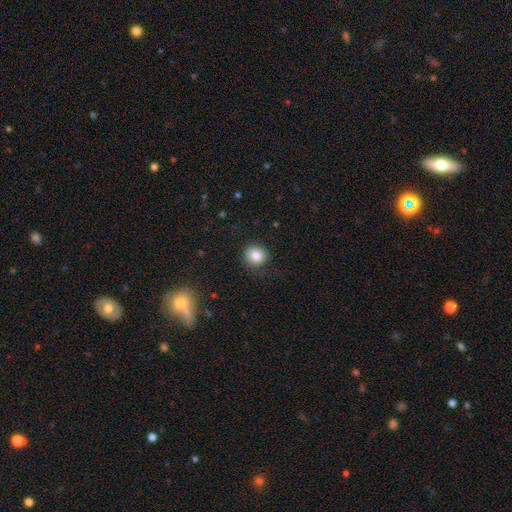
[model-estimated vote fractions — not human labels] smooth 83%, star or artifact 10%, featured or disk 7%. Down the decision tree: how rounded — round (89%); merging — none (86%).